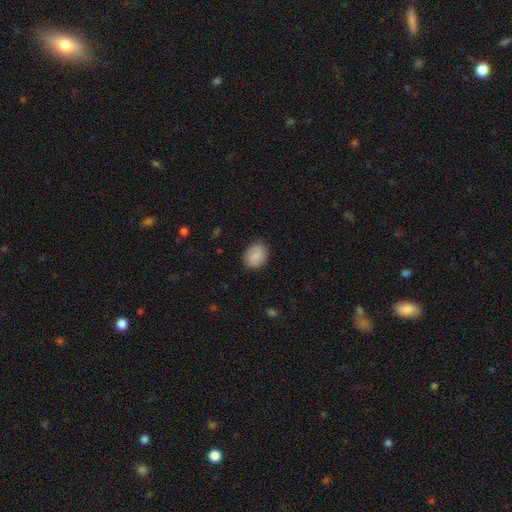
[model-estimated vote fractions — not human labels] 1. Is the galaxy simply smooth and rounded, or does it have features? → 73% smooth, 19% featured or disk, 7% star or artifact.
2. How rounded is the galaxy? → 58% in between, 41% round, 1% cigar-shaped.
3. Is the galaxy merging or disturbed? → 85% none, 11% minor disturbance, 3% major disturbance, 1% merger.